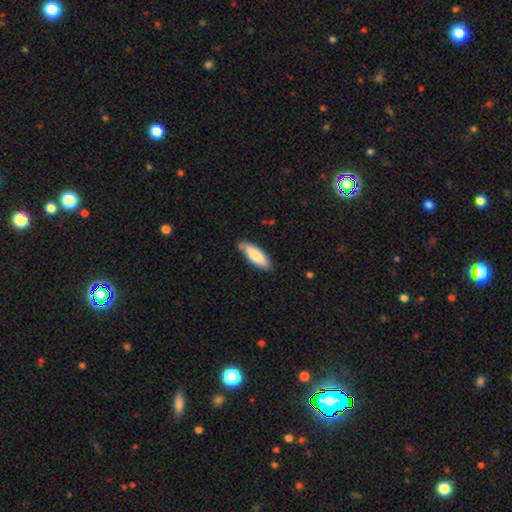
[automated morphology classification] Smooth or featured? Predicted: smooth (p=0.77). How rounded? Predicted: in between (p=0.69). Merging? Predicted: none (p=0.79).